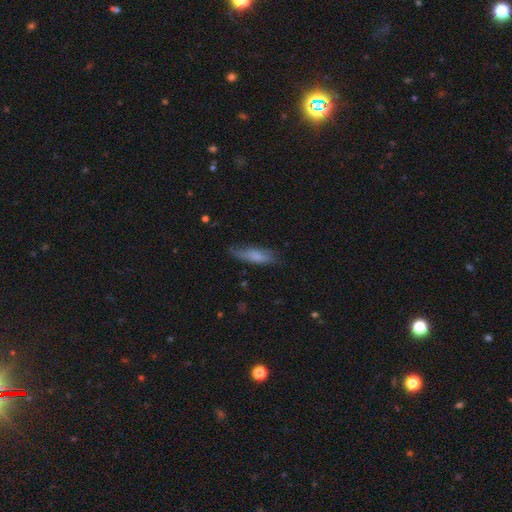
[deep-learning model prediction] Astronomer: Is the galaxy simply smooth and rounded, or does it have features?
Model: smooth — 68%.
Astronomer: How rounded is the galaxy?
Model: cigar-shaped — 65%.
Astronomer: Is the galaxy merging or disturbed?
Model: none — 66%.